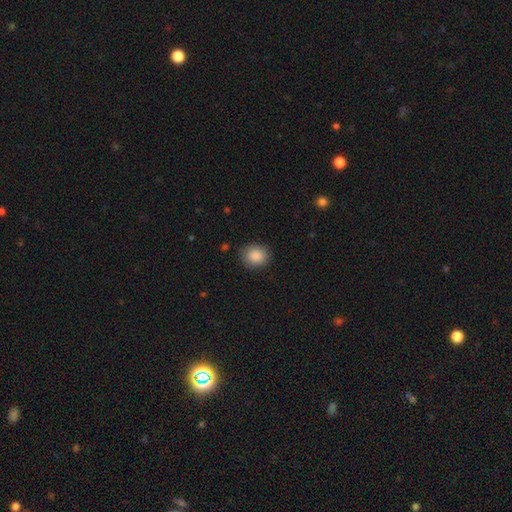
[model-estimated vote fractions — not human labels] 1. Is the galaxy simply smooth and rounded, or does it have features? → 88% smooth, 8% star or artifact, 4% featured or disk.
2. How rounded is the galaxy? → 74% round, 25% in between, 1% cigar-shaped.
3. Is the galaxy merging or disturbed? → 86% none, 10% minor disturbance, 3% major disturbance, 1% merger.